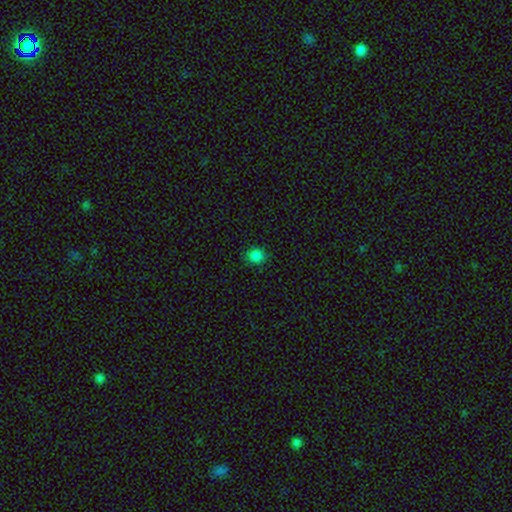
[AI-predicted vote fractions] Smooth or featured: smooth — 83% (star or artifact — 14%)
How rounded: round — 83% (in between — 16%)
Merging: none — 88% (minor disturbance — 8%)